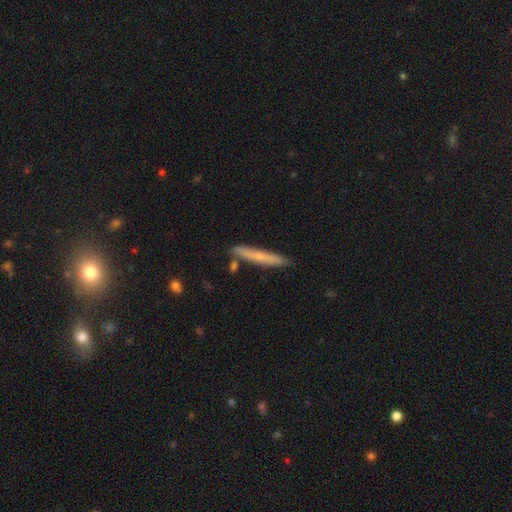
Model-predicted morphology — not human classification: A smooth galaxy with no disk features (60%) that is cigar-shaped (95%).

Vote fractions:
- Smooth or featured? smooth: 60% / featured or disk: 33% / star or artifact: 7%
- How rounded? cigar-shaped: 95% / in between: 3% / round: 1%
- Merging? none: 85% / minor disturbance: 10% / merger: 3% / major disturbance: 2%